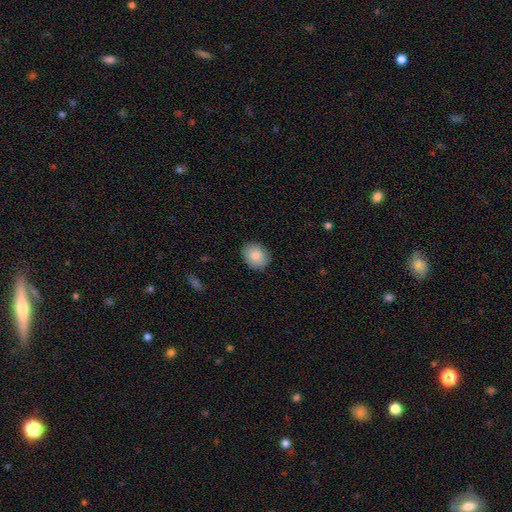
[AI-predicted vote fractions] smooth-or-featured: smooth: 87% | star or artifact: 7% | featured or disk: 6%
  how-rounded: round: 58% | in between: 42% | cigar-shaped: 1%
  merging: none: 89% | minor disturbance: 9% | major disturbance: 2% | merger: 1%